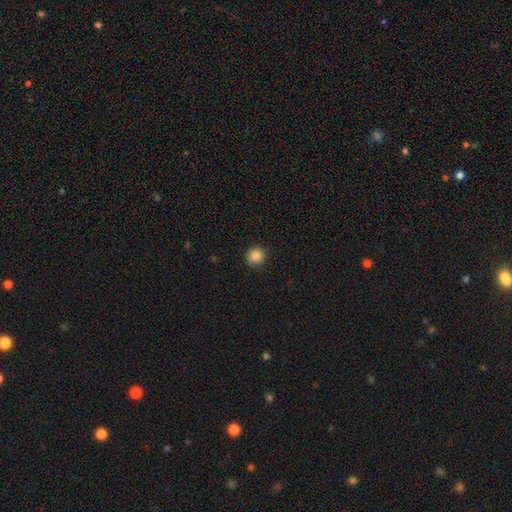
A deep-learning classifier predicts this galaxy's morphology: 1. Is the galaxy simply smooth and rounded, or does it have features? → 86% smooth, 10% star or artifact, 4% featured or disk.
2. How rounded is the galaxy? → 90% round, 9% in between, 1% cigar-shaped.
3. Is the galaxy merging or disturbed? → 89% none, 8% minor disturbance, 2% major disturbance, 1% merger.